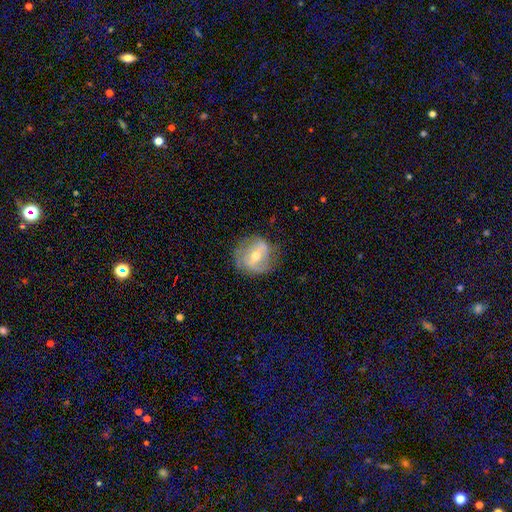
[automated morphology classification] Smooth or featured? Predicted: featured or disk (p=0.66). Edge-on disk? Predicted: no (p=0.96). Bar? Predicted: weak (p=0.45). Spiral arms? Predicted: yes (p=0.66). Bulge size? Predicted: moderate (p=0.70). Merging? Predicted: none (p=0.66).